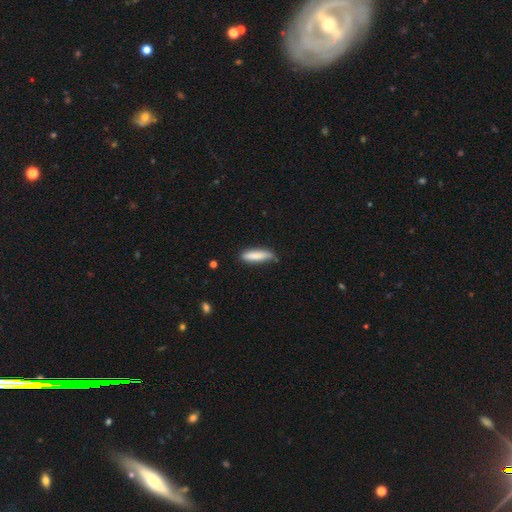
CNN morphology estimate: Smooth or featured? smooth (81%)
How rounded? cigar-shaped (77%)
Merging? none (73%)